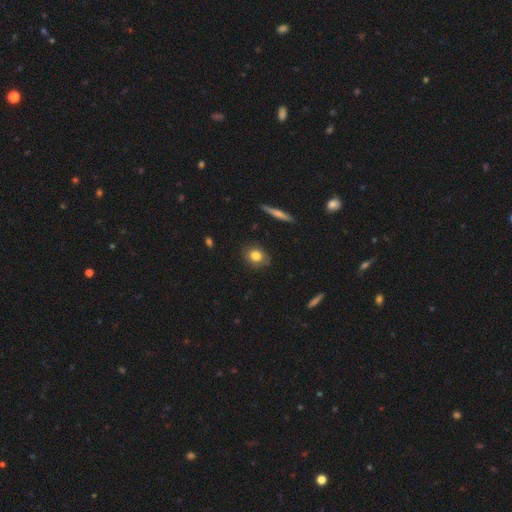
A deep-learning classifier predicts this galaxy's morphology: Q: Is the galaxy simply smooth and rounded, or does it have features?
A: smooth — 80%.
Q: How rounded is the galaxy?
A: round — 56%.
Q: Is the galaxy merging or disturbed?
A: none — 85%.